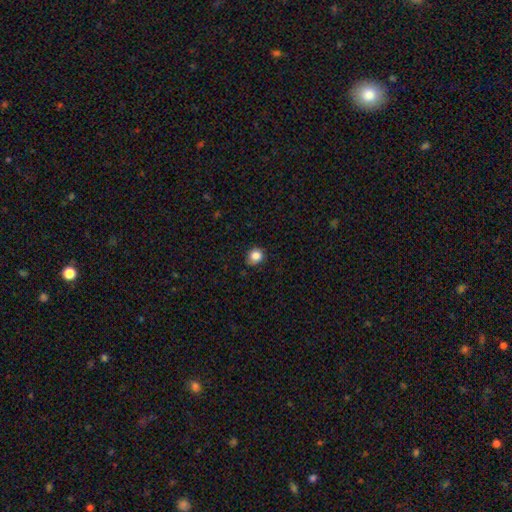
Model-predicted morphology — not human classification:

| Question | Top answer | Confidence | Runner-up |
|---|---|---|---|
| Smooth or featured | smooth | 84% | star or artifact (10%) |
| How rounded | round | 76% | in between (23%) |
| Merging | none | 74% | minor disturbance (21%) |